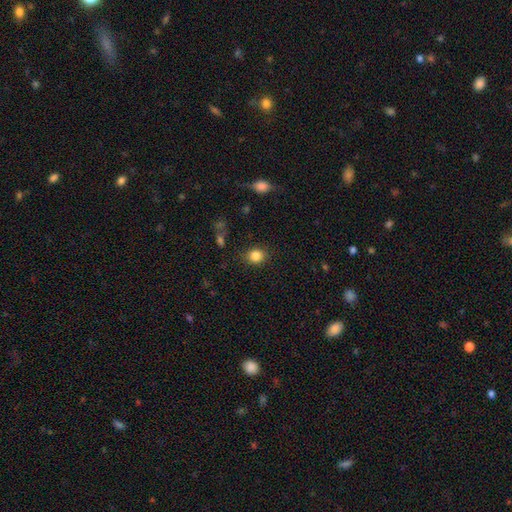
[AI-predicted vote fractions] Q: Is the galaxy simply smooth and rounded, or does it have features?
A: smooth — 85%.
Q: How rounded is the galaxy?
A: round — 73%.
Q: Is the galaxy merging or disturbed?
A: none — 83%.